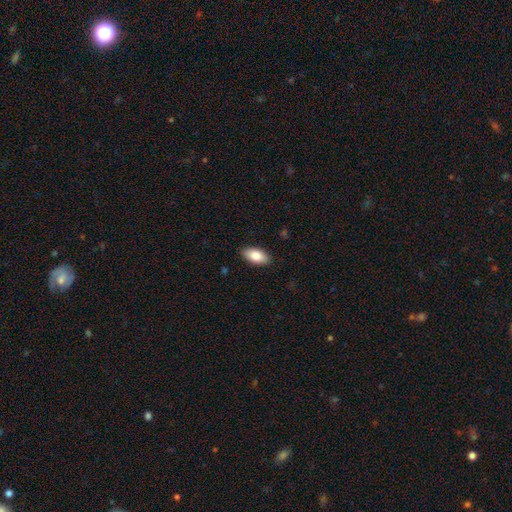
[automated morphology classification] smooth-or-featured: smooth: 84% | featured or disk: 10% | star or artifact: 7%
  how-rounded: in between: 94% | cigar-shaped: 3% | round: 3%
  merging: none: 89% | minor disturbance: 8% | major disturbance: 2% | merger: 1%